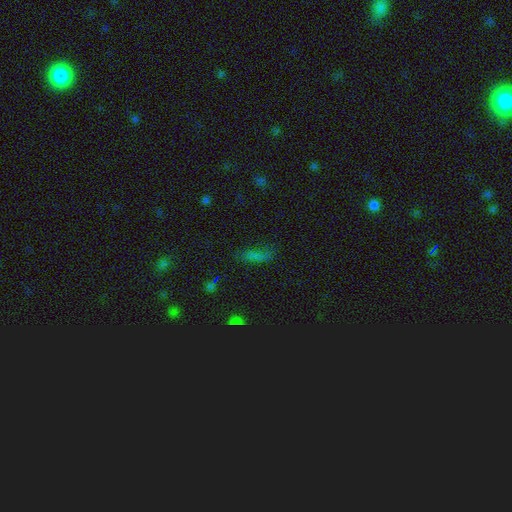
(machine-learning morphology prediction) This is likely a smooth galaxy (65%). How rounded: possibly in between (59%). Merging: possibly none (58%).